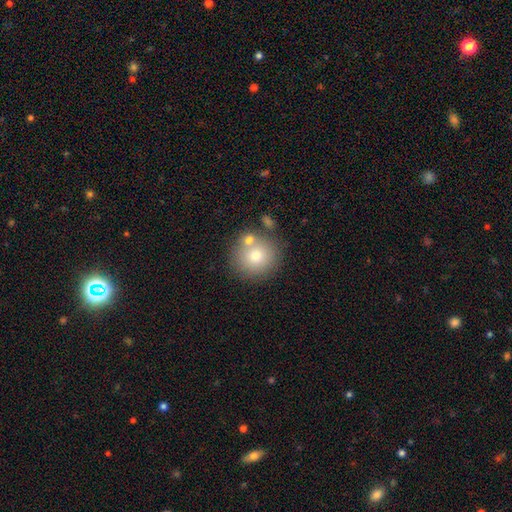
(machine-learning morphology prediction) Overall: smooth (73%). How rounded: round (92%). Merging: none (69%).